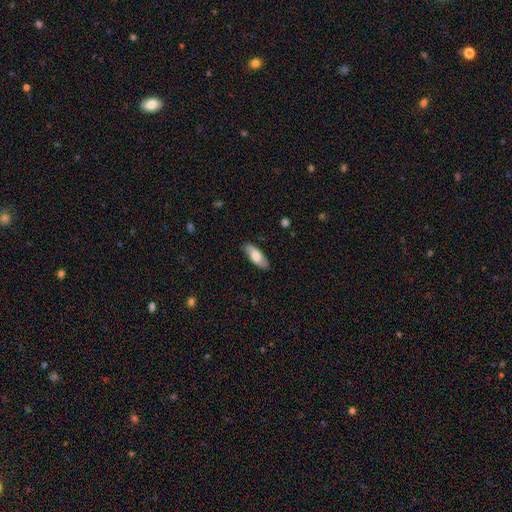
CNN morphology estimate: This is likely a smooth galaxy (65%). How rounded: likely in between (73%). Merging: clearly none (84%).